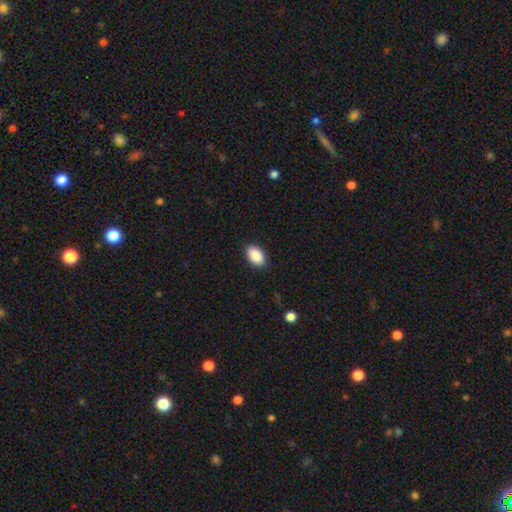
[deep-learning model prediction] smooth 90%, star or artifact 7%, featured or disk 3%. Down the decision tree: how rounded — in between (90%); merging — none (89%).